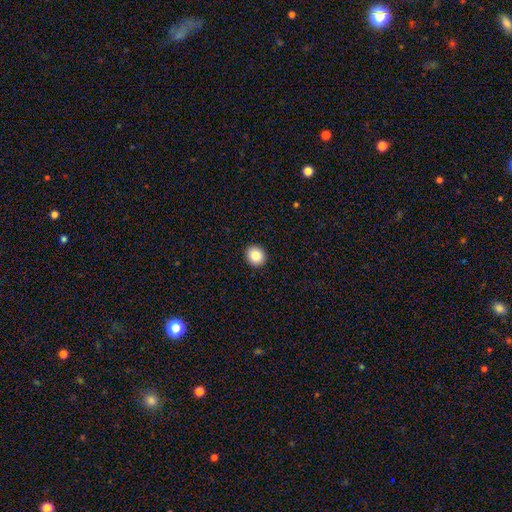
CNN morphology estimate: A smooth galaxy with no disk features (85%) that is round (79%).

Vote fractions:
- Smooth or featured? smooth: 85% / star or artifact: 9% / featured or disk: 6%
- How rounded? round: 79% / in between: 20% / cigar-shaped: 1%
- Merging? none: 93% / minor disturbance: 5% / major disturbance: 1% / merger: 1%